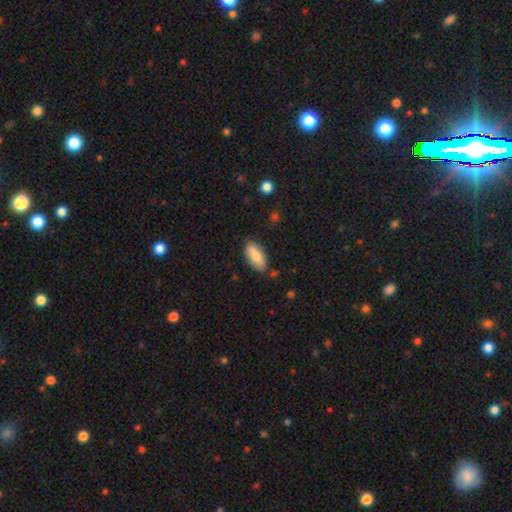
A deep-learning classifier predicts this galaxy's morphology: Smooth or featured? smooth (77%)
How rounded? in between (87%)
Merging? none (80%)